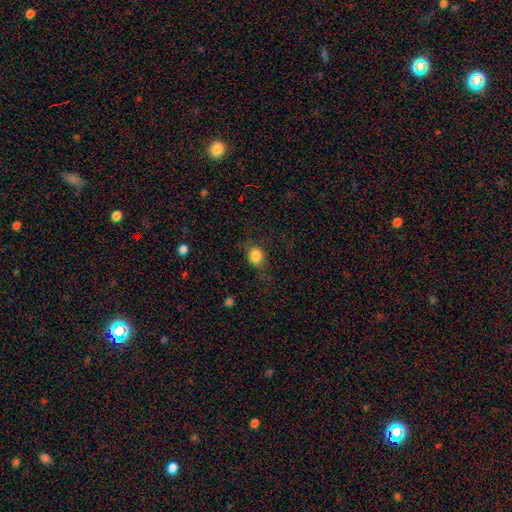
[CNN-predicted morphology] This appears to be a smooth galaxy with no disk features (81%) that is round (72%). Merging: none (70%).